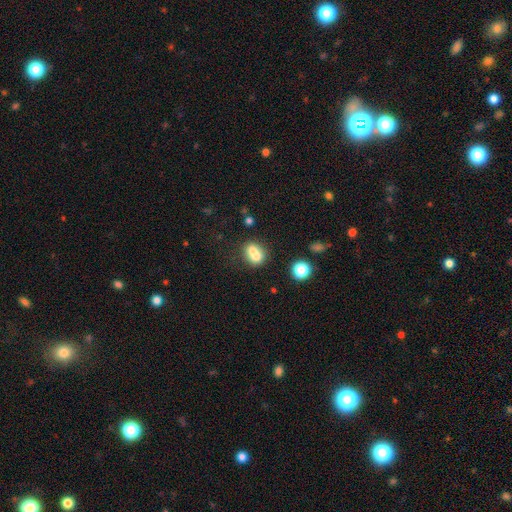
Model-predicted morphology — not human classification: Smooth or featured: smooth — 72% (featured or disk — 17%)
How rounded: round — 49% (tied with in between — 49%)
Merging: merger — 49% (none — 35%)